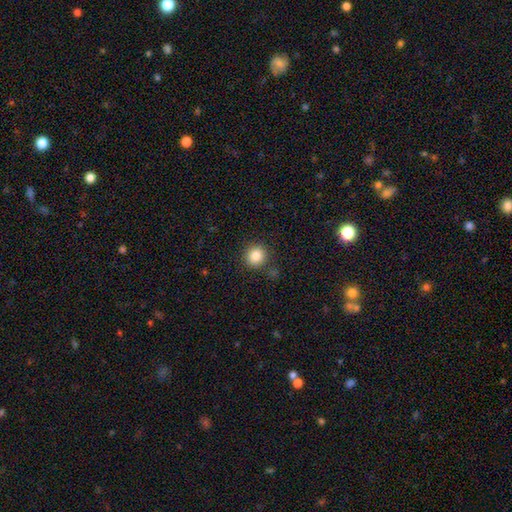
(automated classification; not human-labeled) Q: Smooth or featured?
A: smooth (85%); runner-up: star or artifact (10%)
Q: How rounded?
A: round (91%); runner-up: in between (8%)
Q: Merging?
A: none (86%); runner-up: minor disturbance (8%)